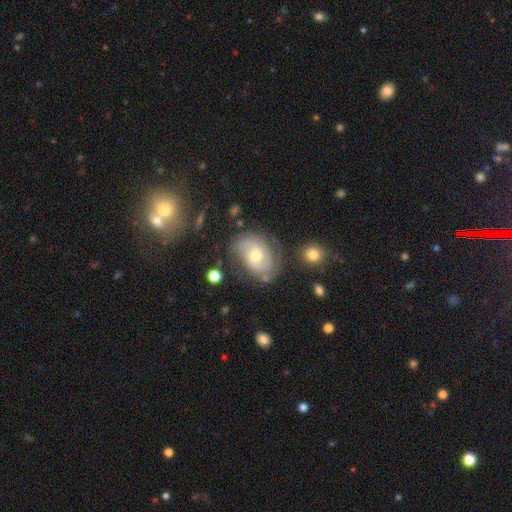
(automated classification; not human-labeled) featured or disk 71%, smooth 22%, star or artifact 7%. Down the decision tree: edge-on disk — no (96%); bar — no (58%); spiral arms — yes (87%); spiral arm count — 2 (72%); spiral winding — medium (43%); bulge size — moderate (69%); merging — none (64%).